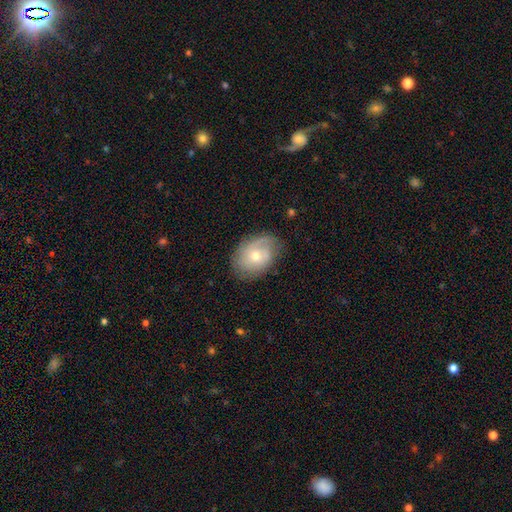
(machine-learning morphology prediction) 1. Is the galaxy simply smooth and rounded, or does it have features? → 53% featured or disk, 39% smooth, 8% star or artifact.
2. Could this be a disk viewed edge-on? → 95% no, 5% yes.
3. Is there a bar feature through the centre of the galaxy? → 76% no, 20% weak, 3% strong.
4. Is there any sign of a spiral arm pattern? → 76% yes, 24% no.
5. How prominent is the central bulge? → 53% moderate, 42% small, 2% large, 1% none, 1% dominant.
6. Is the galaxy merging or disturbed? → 70% none, 21% minor disturbance, 7% major disturbance, 1% merger.